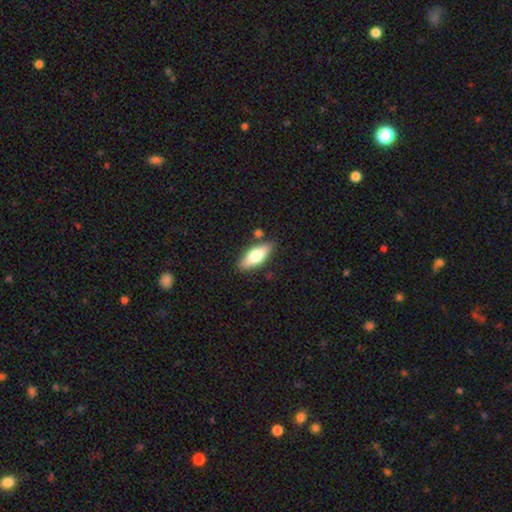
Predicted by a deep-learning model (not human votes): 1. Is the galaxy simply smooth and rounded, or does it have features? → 67% smooth, 27% featured or disk, 6% star or artifact.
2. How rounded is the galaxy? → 71% in between, 26% cigar-shaped, 3% round.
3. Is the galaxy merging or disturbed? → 81% none, 12% minor disturbance, 5% merger, 3% major disturbance.